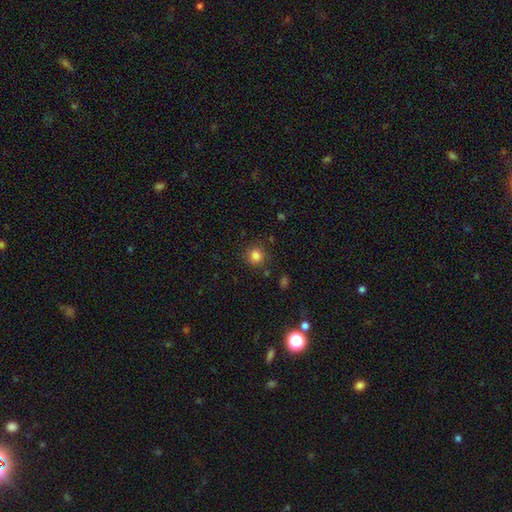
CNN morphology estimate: Overall: smooth (82%). How rounded: round (93%). Merging: none (87%).